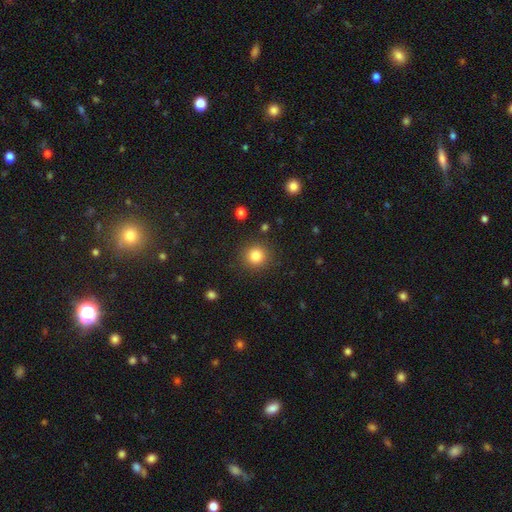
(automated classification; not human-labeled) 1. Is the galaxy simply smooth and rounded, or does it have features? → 83% smooth, 11% star or artifact, 5% featured or disk.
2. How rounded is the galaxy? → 93% round, 6% in between, 1% cigar-shaped.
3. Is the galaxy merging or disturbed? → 89% none, 7% minor disturbance, 3% major disturbance, 1% merger.